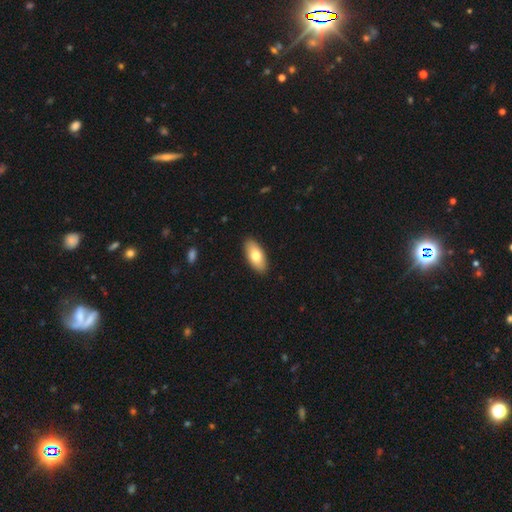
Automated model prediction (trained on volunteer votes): smooth 76%, featured or disk 18%, star or artifact 6%. Down the decision tree: how rounded — in between (90%); merging — none (89%).